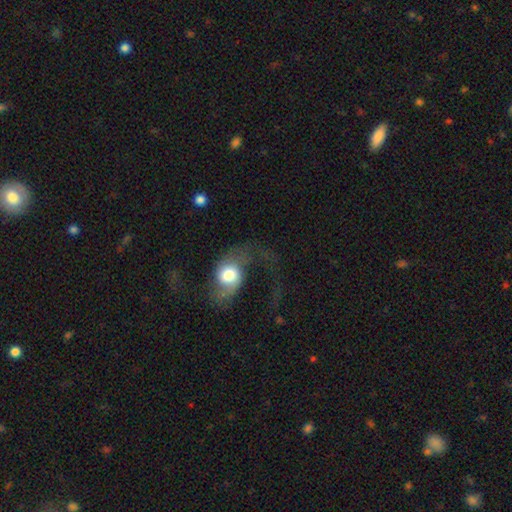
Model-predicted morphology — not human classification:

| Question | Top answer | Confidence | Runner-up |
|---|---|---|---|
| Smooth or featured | featured or disk | 67% | smooth (22%) |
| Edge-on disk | no | 96% | yes (4%) |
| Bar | no | 67% | weak (25%) |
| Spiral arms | yes | 87% | no (13%) |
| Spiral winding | loose | 68% | medium (27%) |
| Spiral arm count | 2 | 77% | 1 (15%) |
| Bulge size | moderate | 41% | large (40%) |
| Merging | none | 49% | major disturbance (34%) |